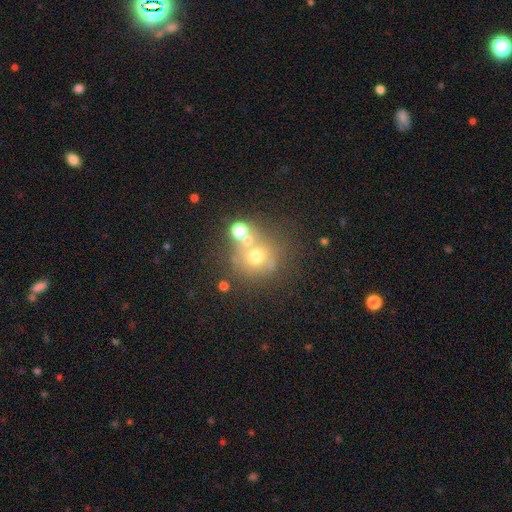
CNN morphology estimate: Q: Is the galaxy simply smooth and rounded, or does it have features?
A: smooth — 57%.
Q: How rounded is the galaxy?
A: round — 86%.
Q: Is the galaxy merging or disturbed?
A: none — 53%.